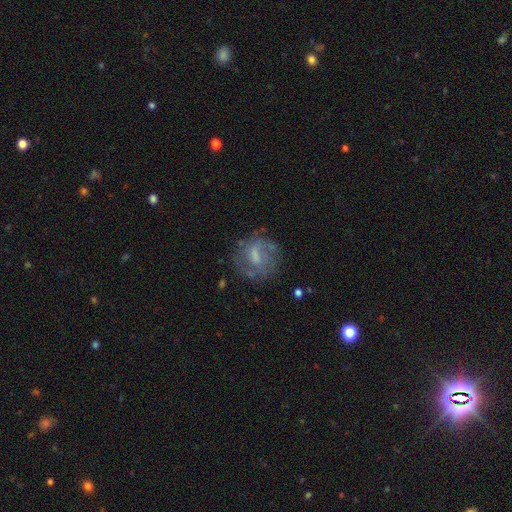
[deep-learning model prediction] Smooth or featured? Predicted: featured or disk (p=0.57). Edge-on disk? Predicted: no (p=0.96). Bar? Predicted: weak (p=0.51). Spiral arms? Predicted: yes (p=0.59). Bulge size? Predicted: moderate (p=0.34). Merging? Predicted: none (p=0.61).